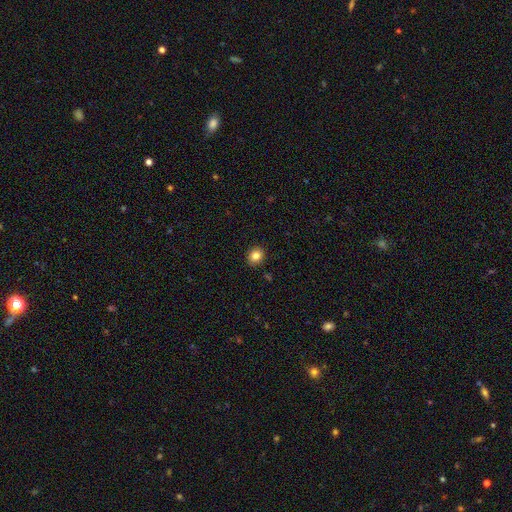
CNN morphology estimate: Overall: smooth (84%). How rounded: round (77%). Merging: none (90%).